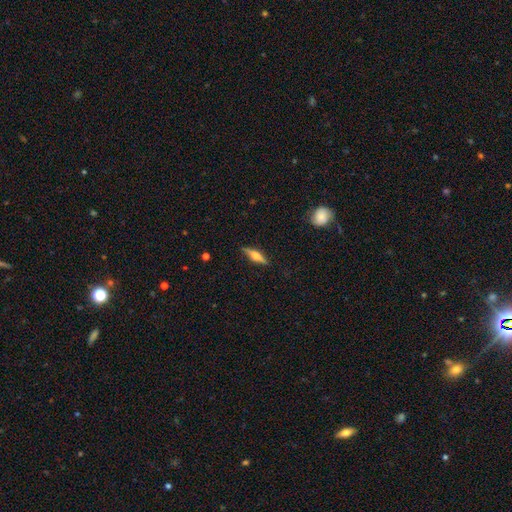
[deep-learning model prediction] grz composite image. It shows a featured or disk galaxy (61%) viewed edge-on (96%) with a rounded central bulge (90%). Merging: none (87%).